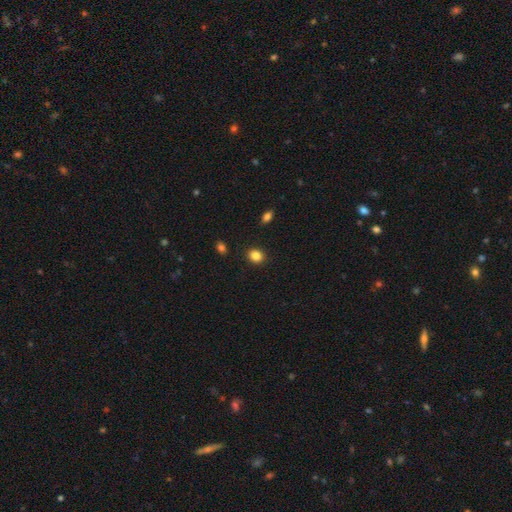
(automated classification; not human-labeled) smooth 85%, star or artifact 11%, featured or disk 5%. Down the decision tree: how rounded — round (62%); merging — none (90%).